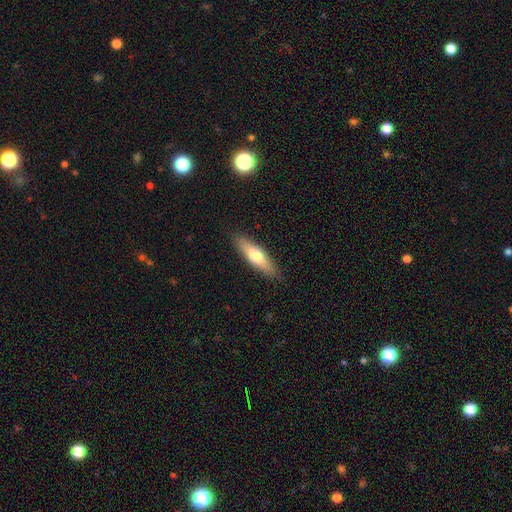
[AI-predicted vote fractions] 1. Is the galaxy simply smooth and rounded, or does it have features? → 63% smooth, 31% featured or disk, 6% star or artifact.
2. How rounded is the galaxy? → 58% cigar-shaped, 40% in between, 2% round.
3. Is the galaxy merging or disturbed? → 88% none, 9% minor disturbance, 2% major disturbance, 1% merger.